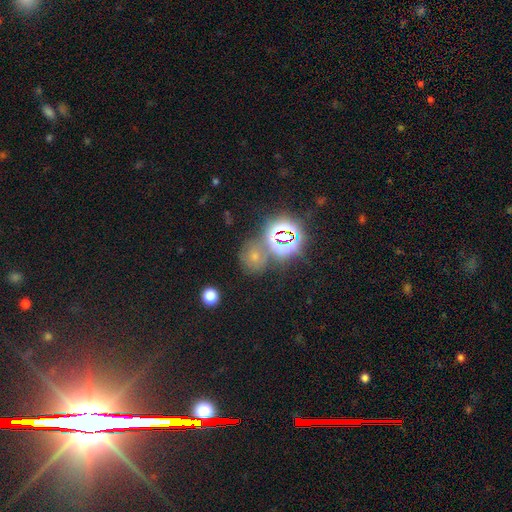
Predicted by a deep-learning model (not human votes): smooth-or-featured: smooth: 47% | star or artifact: 40% | featured or disk: 12%
  merging: none: 64% | merger: 17% | minor disturbance: 13% | major disturbance: 7%